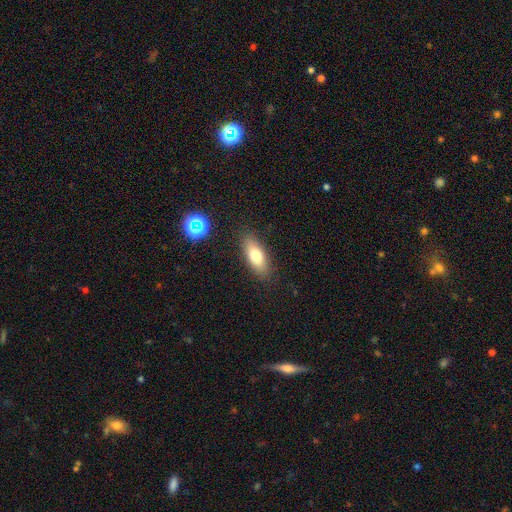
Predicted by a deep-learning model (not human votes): This is likely a smooth galaxy (75%). How rounded: likely in between (78%). Merging: clearly none (86%).